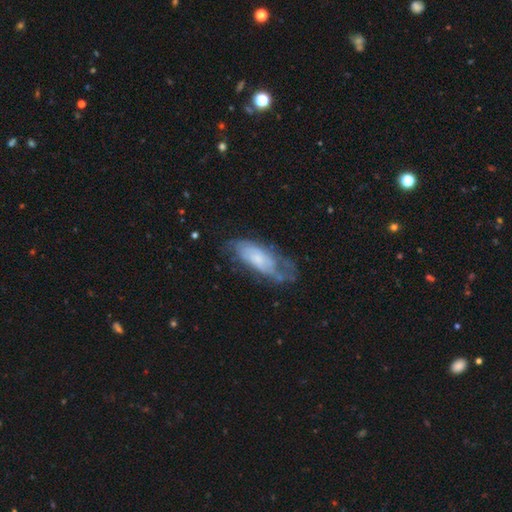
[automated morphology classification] smooth-or-featured: featured or disk: 53% | smooth: 38% | star or artifact: 10%
  disk-edge-on: no: 82% | yes: 18%
  merging: none: 58% | minor disturbance: 25% | major disturbance: 15% | merger: 2%